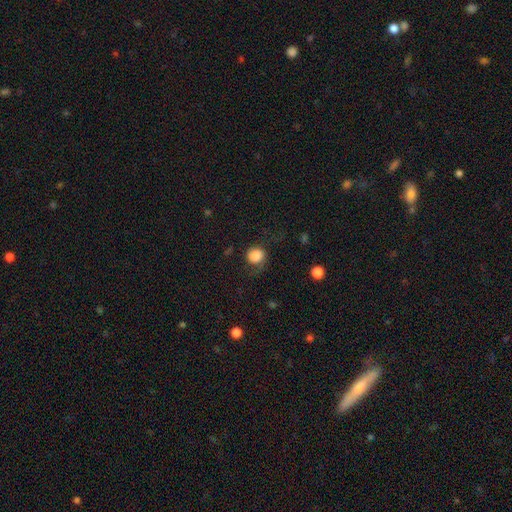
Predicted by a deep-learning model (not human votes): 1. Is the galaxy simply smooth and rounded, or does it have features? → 81% smooth, 11% featured or disk, 8% star or artifact.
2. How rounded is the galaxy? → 83% round, 16% in between, 1% cigar-shaped.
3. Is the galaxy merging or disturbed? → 59% none, 21% minor disturbance, 17% major disturbance, 2% merger.